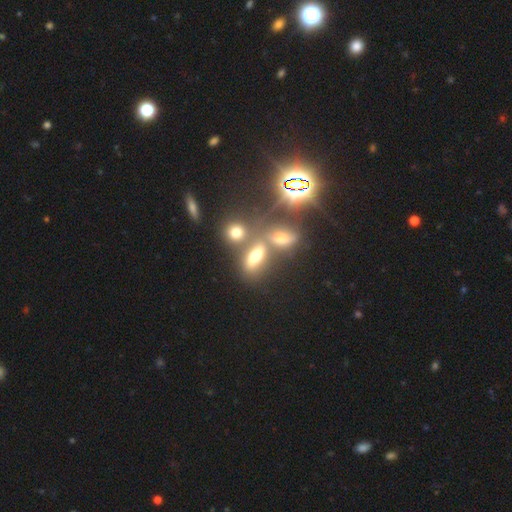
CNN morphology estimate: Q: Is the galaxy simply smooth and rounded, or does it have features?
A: smooth — 59%.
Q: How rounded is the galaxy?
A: in between — 66%.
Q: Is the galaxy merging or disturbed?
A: none — 47%.